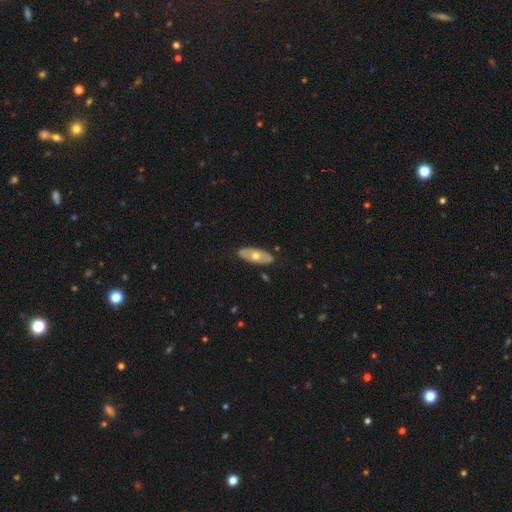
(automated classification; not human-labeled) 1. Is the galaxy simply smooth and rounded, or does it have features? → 49% featured or disk, 46% smooth, 5% star or artifact.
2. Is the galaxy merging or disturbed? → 86% none, 11% minor disturbance, 2% major disturbance, 1% merger.